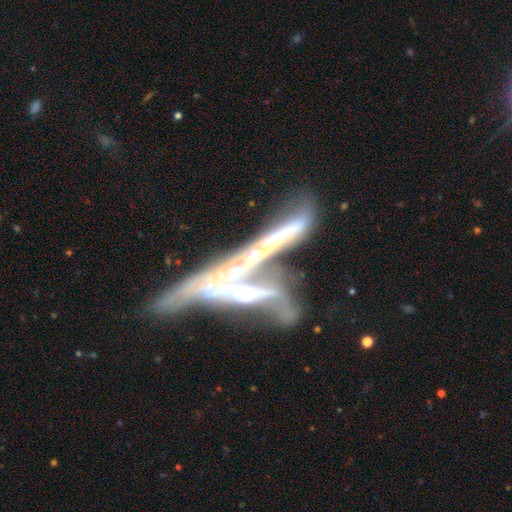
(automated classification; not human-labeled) smooth_or_featured: featured or disk (p=0.75) [alt: smooth p=0.16]
disk_edge_on: yes (p=0.57) [alt: no p=0.43]
merging: merger (p=0.65) [alt: none p=0.16]